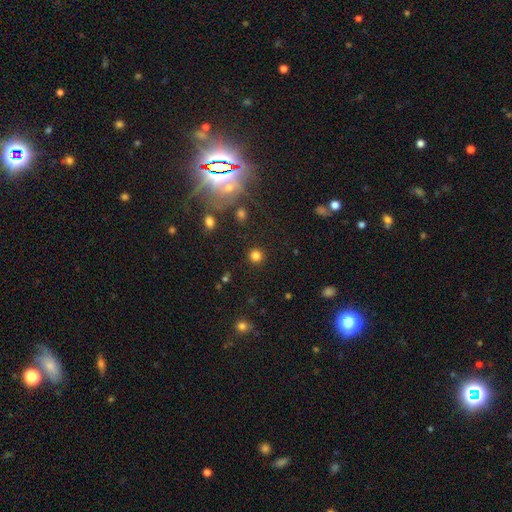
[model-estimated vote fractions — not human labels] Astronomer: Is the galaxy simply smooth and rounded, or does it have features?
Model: smooth — 80%.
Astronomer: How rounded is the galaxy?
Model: round — 93%.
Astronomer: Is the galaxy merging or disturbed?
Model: none — 90%.